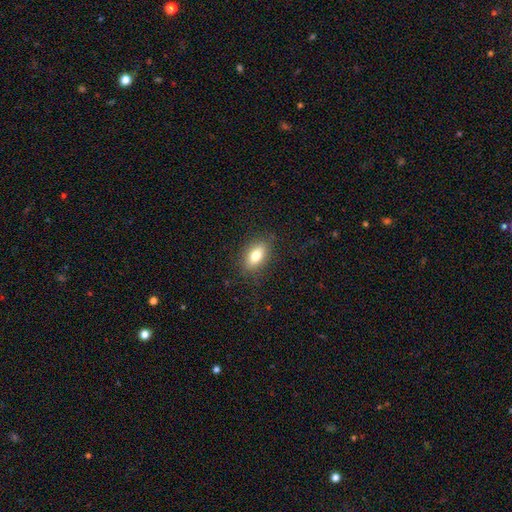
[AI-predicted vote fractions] A smooth galaxy with no disk features (75%) that is in between round and cigar-shaped (83%). Merging: none (83%).